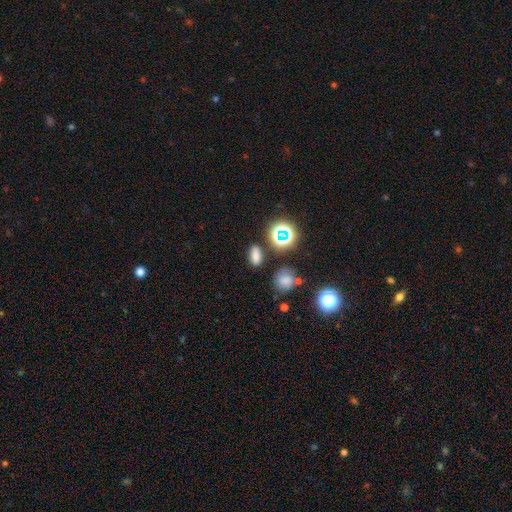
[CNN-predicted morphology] Smooth or featured?
  - smooth: 74% *
  - star or artifact: 20%
  - featured or disk: 6%
How rounded?
  - in between: 79% *
  - round: 16%
  - cigar-shaped: 5%
Merging?
  - none: 82% *
  - minor disturbance: 10%
  - merger: 4%
  - major disturbance: 3%